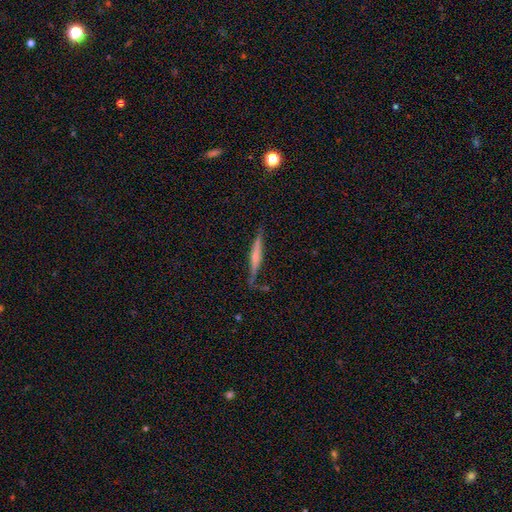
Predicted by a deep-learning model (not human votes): The model was most divided on "edge-on bulge": rounded: 48%, none: 35%, boxy: 17%. More confident: edge-on disk — yes (97%); merging — none (79%); smooth or featured — featured or disk (60%).